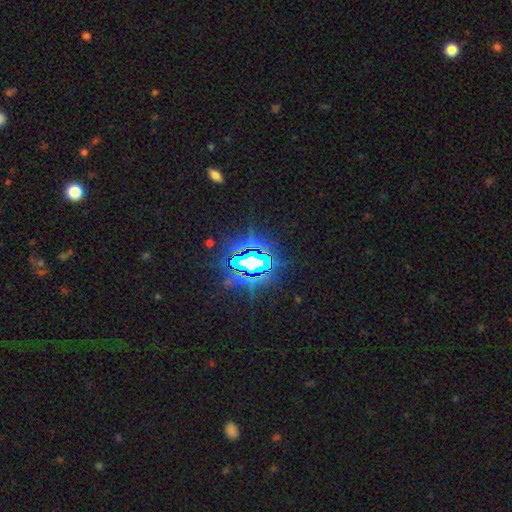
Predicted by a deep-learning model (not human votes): Smooth or featured: star or artifact — 82% (smooth — 10%)